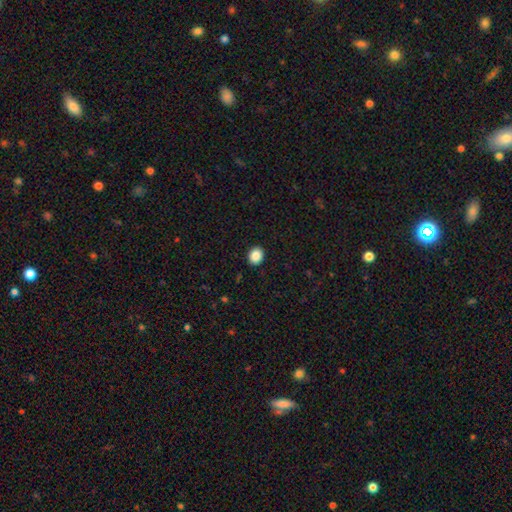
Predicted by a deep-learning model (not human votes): Q: Smooth or featured?
A: smooth (88%); runner-up: star or artifact (9%)
Q: How rounded?
A: round (57%); runner-up: in between (42%)
Q: Merging?
A: none (91%); runner-up: minor disturbance (6%)